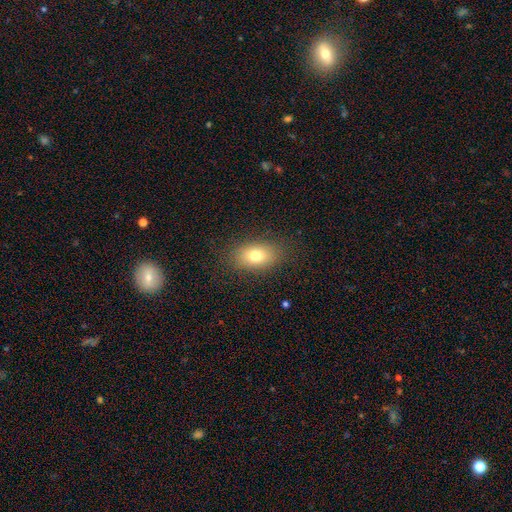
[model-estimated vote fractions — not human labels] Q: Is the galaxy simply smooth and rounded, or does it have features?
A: smooth — 76%.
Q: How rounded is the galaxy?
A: in between — 85%.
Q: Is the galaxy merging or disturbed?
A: none — 84%.